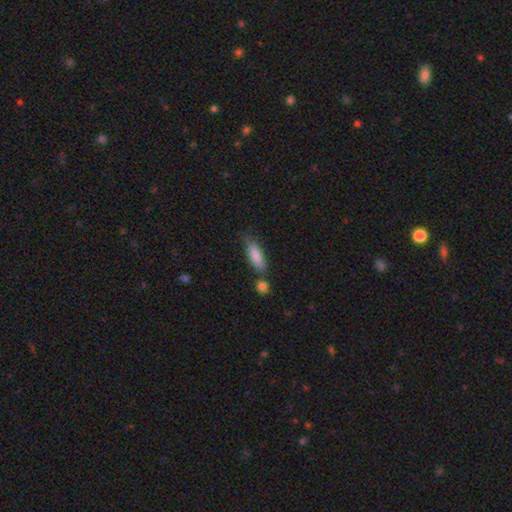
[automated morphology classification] A smooth galaxy with no disk features (83%) that is in between round and cigar-shaped (56%).

Vote fractions:
- Smooth or featured? smooth: 83% / featured or disk: 10% / star or artifact: 6%
- How rounded? in between: 56% / cigar-shaped: 42% / round: 2%
- Merging? none: 62% / minor disturbance: 20% / merger: 14% / major disturbance: 5%